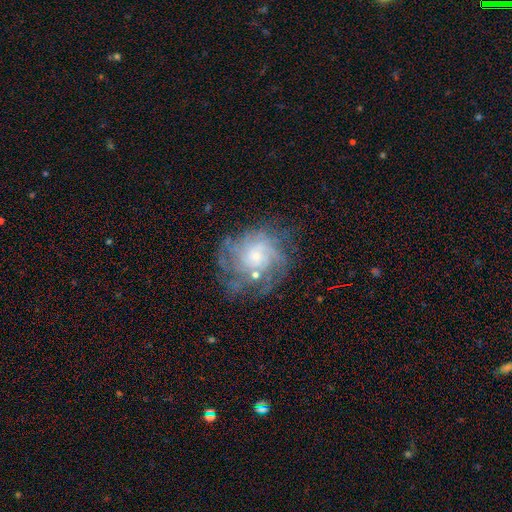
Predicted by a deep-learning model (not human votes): Q: Smooth or featured?
A: featured or disk (75%); runner-up: smooth (14%)
Q: Edge-on disk?
A: no (97%); runner-up: yes (3%)
Q: Bar?
A: no (78%); runner-up: weak (19%)
Q: Spiral arms?
A: yes (89%); runner-up: no (11%)
Q: Spiral winding?
A: tight (58%); runner-up: medium (30%)
Q: Spiral arm count?
A: can't tell (43%); runner-up: more than 4 (17%)
Q: Bulge size?
A: small (65%); runner-up: moderate (25%)
Q: Merging?
A: none (66%); runner-up: minor disturbance (17%)